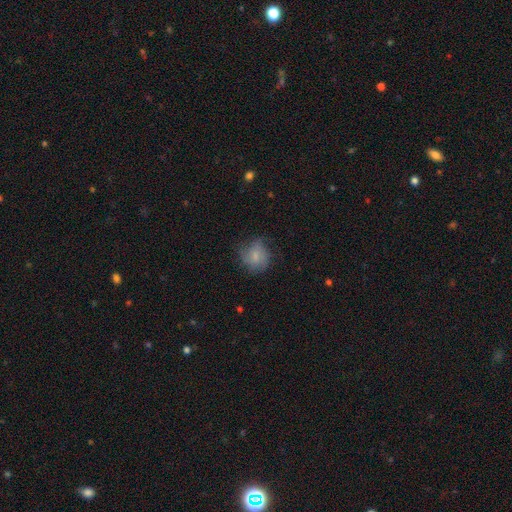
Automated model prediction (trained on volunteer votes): Morphology: type=smooth (66%); roundness=round (71%); merging=none (58%).